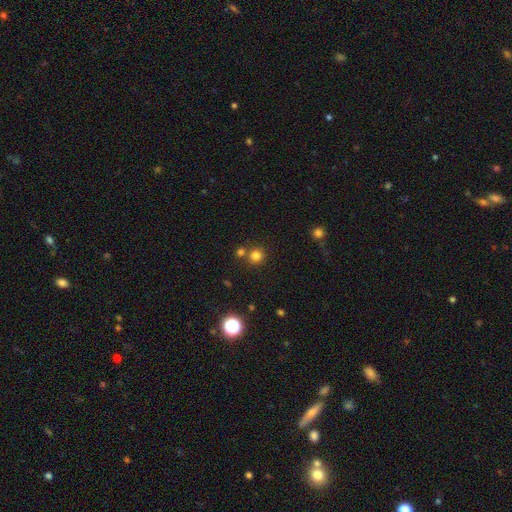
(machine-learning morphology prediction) Smooth or featured?
  - smooth: 78% *
  - star or artifact: 17%
  - featured or disk: 6%
How rounded?
  - round: 91% *
  - in between: 8%
  - cigar-shaped: 1%
Merging?
  - none: 72% *
  - merger: 18%
  - minor disturbance: 7%
  - major disturbance: 3%